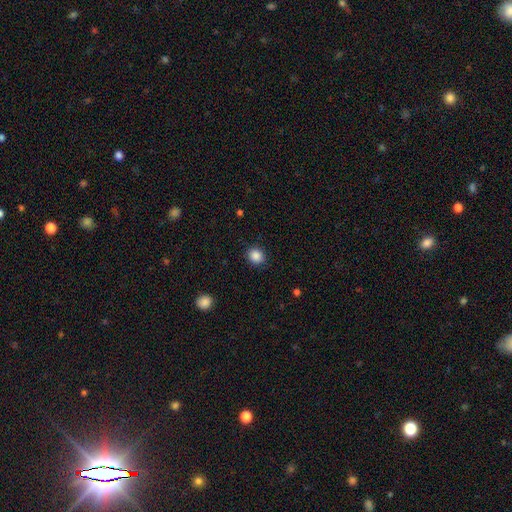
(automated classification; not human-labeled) A smooth galaxy with no disk features (87%) that is round (72%).

Vote fractions:
- Smooth or featured? smooth: 87% / star or artifact: 9% / featured or disk: 3%
- How rounded? round: 72% / in between: 27% / cigar-shaped: 1%
- Merging? none: 87% / minor disturbance: 9% / major disturbance: 3% / merger: 1%